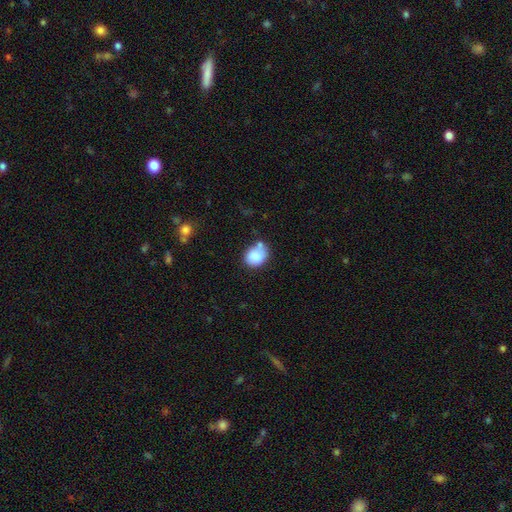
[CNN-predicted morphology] This appears to be a smooth galaxy with no disk features (82%) that is round (53%). Merging: none (49%).